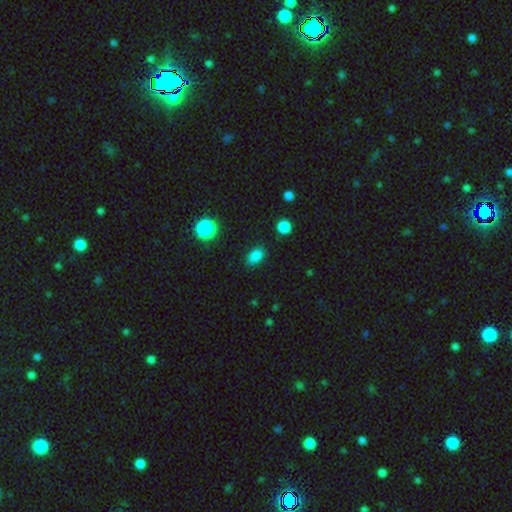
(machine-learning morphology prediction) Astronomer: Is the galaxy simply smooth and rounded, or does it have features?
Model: smooth — 83%.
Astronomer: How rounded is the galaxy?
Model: in between — 84%.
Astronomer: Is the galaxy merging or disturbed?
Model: none — 84%.